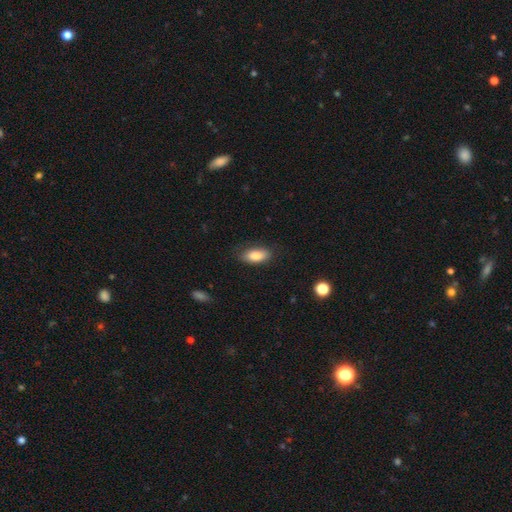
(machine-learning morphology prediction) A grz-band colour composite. It shows a smooth galaxy with no disk features (85%) that is in between round and cigar-shaped (87%). Merging: none (82%).